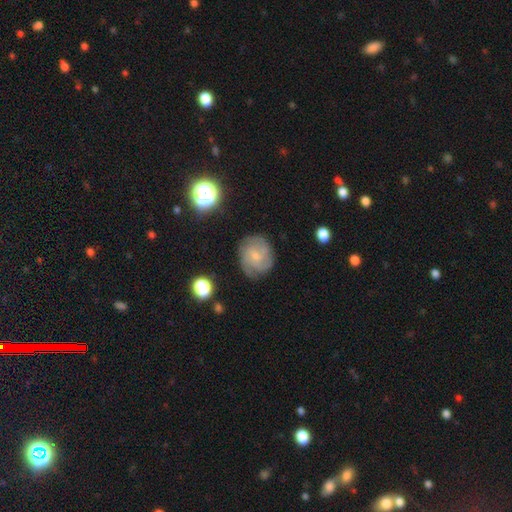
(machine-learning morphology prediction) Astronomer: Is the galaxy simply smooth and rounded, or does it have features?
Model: featured or disk — 62%.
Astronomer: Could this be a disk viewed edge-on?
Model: no — 97%.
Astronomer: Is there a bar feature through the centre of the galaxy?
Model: no — 58% (runner-up: weak, 37%).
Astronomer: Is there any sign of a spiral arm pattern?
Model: yes — 88%.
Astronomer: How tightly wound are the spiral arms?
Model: tight — 49% (runner-up: medium, 38%).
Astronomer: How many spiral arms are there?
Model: can't tell — 40% (runner-up: 3, 21%).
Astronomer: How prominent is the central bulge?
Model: small — 67%.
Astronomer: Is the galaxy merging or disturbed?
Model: none — 71%.